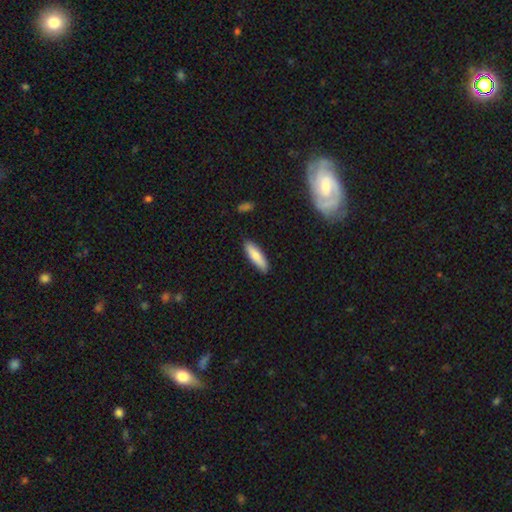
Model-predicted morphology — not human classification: Smooth or featured: smooth — 79% (featured or disk — 15%)
How rounded: cigar-shaped — 64% (in between — 35%)
Merging: none — 87% (minor disturbance — 10%)